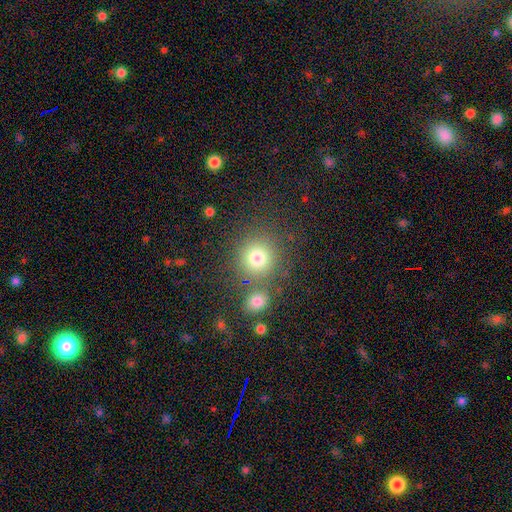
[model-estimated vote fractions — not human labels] smooth 78%, star or artifact 14%, featured or disk 8%. Down the decision tree: how rounded — round (89%); merging — none (75%).